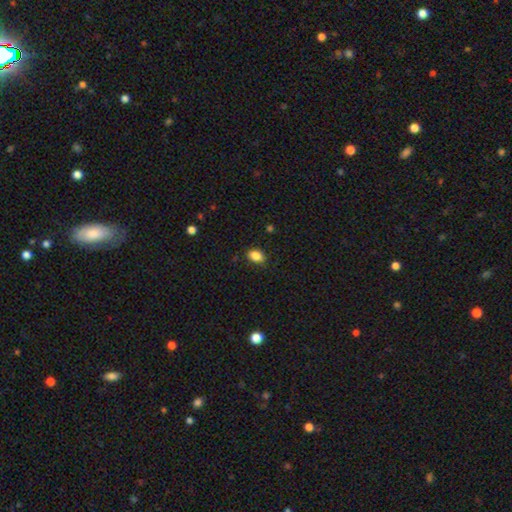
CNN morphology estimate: Smooth or featured?
  - smooth: 85% *
  - star or artifact: 9%
  - featured or disk: 5%
How rounded?
  - in between: 80% *
  - round: 18%
  - cigar-shaped: 2%
Merging?
  - none: 82% *
  - minor disturbance: 14%
  - major disturbance: 3%
  - merger: 1%